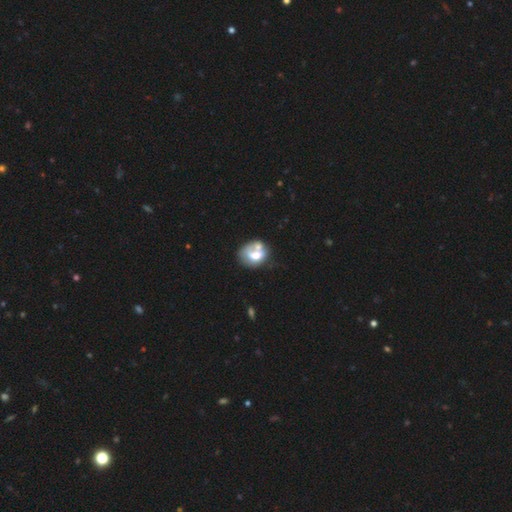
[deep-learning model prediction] Smooth or featured?
  - smooth: 51% *
  - featured or disk: 40%
  - star or artifact: 9%
How rounded?
  - round: 52% *
  - in between: 47%
  - cigar-shaped: 1%
Merging?
  - merger: 43% *
  - none: 30%
  - minor disturbance: 16%
  - major disturbance: 11%